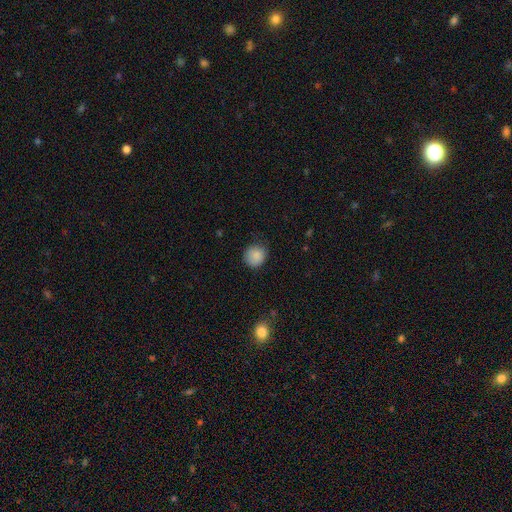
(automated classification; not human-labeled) Overall: smooth (87%). How rounded: round (89%). Merging: none (80%).